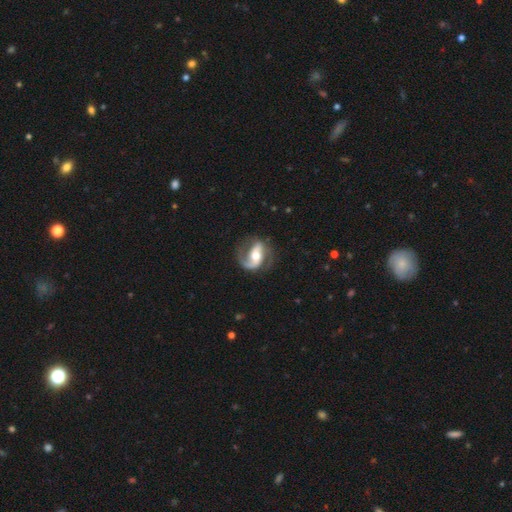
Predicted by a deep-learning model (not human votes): Smooth or featured?
  - featured or disk: 87% *
  - smooth: 9%
  - star or artifact: 4%
Edge-on disk?
  - no: 97% *
  - yes: 3%
Bar?
  - strong: 39% *
  - weak: 33%
  - no: 27%
Spiral arms?
  - yes: 95% *
  - no: 5%
Spiral winding?
  - medium: 49% *
  - loose: 31%
  - tight: 21%
Spiral arm count?
  - 2: 72% *
  - 1: 23%
  - can't tell: 3%
  - 3: 1%
  - 4: 1%
  - more than 4: 1%
Bulge size?
  - moderate: 69% *
  - small: 19%
  - large: 9%
  - dominant: 1%
  - none: 1%
Merging?
  - none: 70% *
  - minor disturbance: 17%
  - major disturbance: 12%
  - merger: 2%